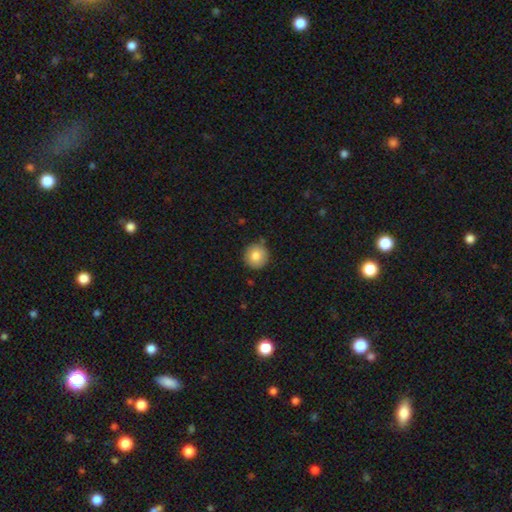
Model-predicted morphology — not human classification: Smooth or featured: smooth — 83% (featured or disk — 9%)
How rounded: round — 95% (in between — 4%)
Merging: none — 84% (minor disturbance — 12%)